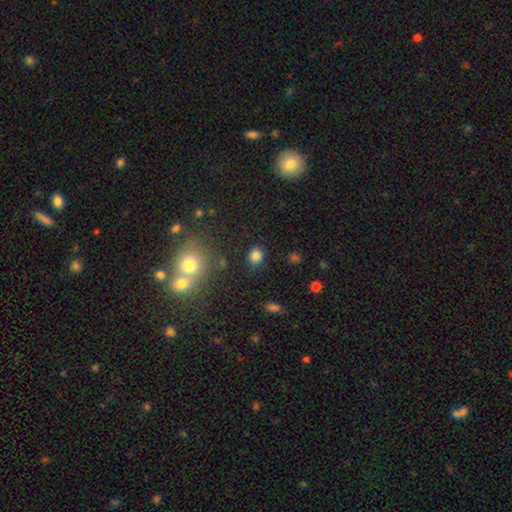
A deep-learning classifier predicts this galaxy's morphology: This appears to be a smooth galaxy with no disk features (82%) that is round (66%). Merging: none (84%).